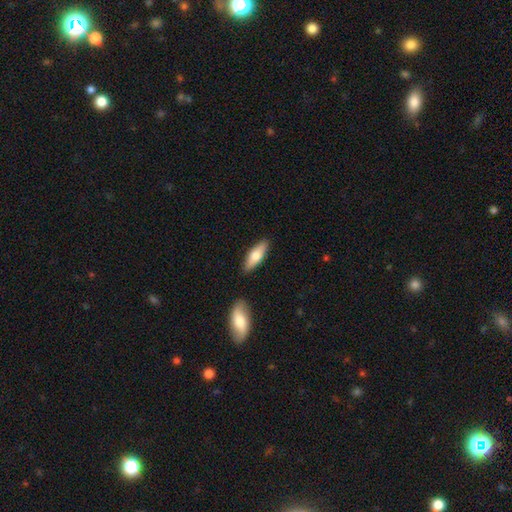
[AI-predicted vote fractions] Smooth or featured?
  - smooth: 68% *
  - featured or disk: 27%
  - star or artifact: 5%
How rounded?
  - in between: 58% *
  - cigar-shaped: 40%
  - round: 2%
Merging?
  - none: 85% *
  - minor disturbance: 10%
  - merger: 3%
  - major disturbance: 2%